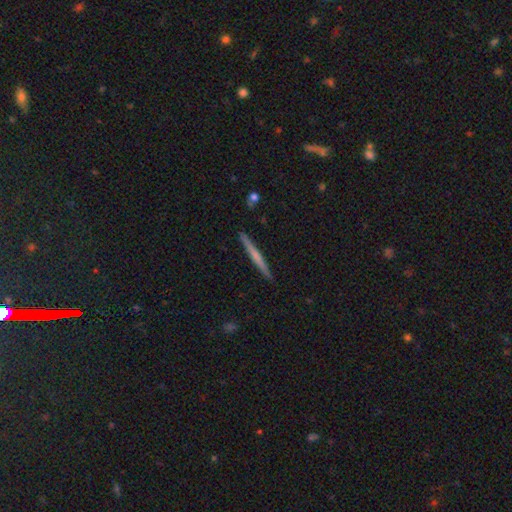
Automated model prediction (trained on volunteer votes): This appears to be a featured or disk galaxy (52%) viewed edge-on (98%) with no central bulge (62%). Merging: none (92%).